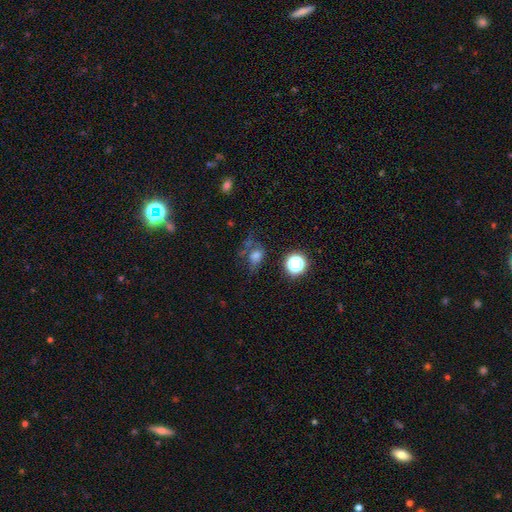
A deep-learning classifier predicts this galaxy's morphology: This is possibly a smooth galaxy (56%). How rounded: possibly in between (57%). Merging: marginally none (43%).